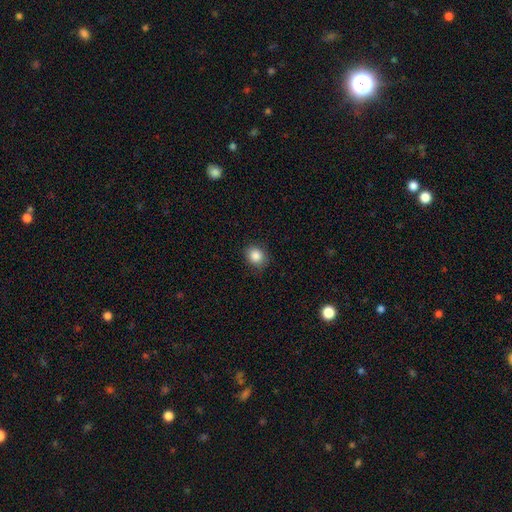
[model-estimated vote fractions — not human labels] Smooth or featured: smooth — 86% (star or artifact — 10%)
How rounded: round — 68% (in between — 31%)
Merging: none — 84% (minor disturbance — 12%)